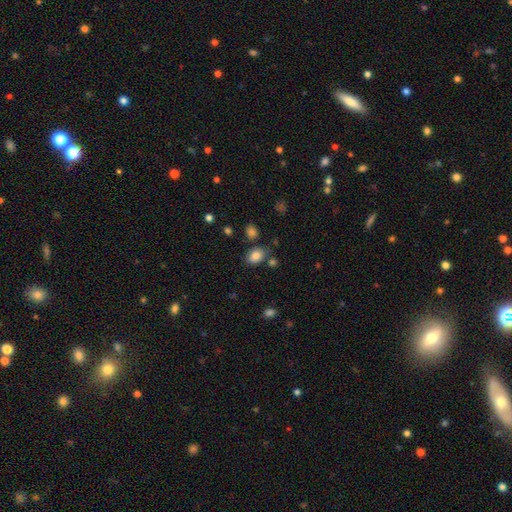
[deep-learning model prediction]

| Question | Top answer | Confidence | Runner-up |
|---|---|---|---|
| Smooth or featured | smooth | 83% | star or artifact (10%) |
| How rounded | in between | 73% | round (26%) |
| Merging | none | 74% | minor disturbance (14%) |